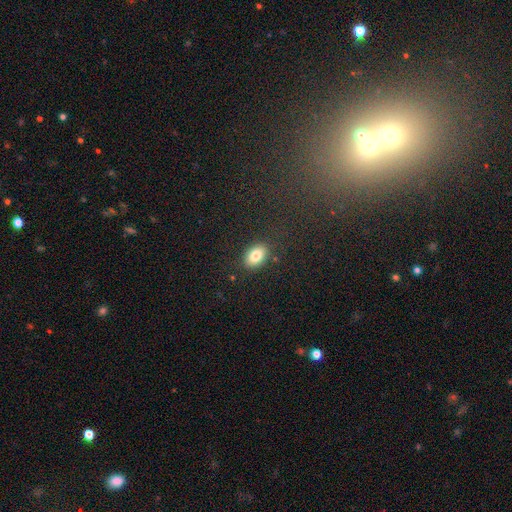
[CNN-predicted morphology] A smooth galaxy with no disk features (82%) that is in between round and cigar-shaped (87%). Merging: none (85%).